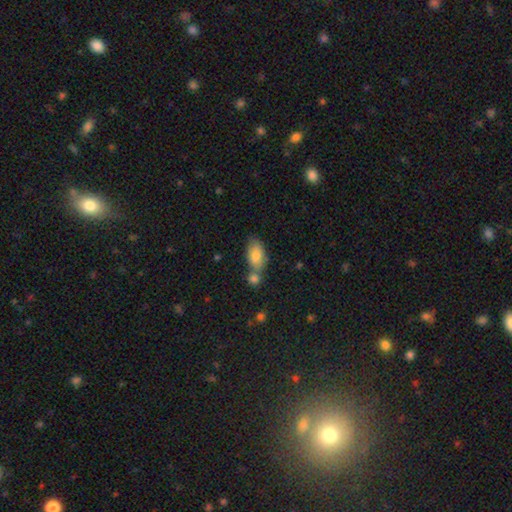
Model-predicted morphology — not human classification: Smooth or featured? smooth (81%)
How rounded? in between (91%)
Merging? none (47%)